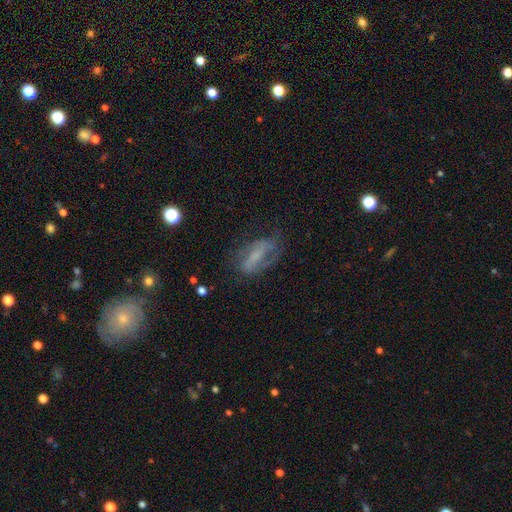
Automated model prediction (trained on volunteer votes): Overall: featured or disk (53%; smooth 35%). Edge-on disk: no (89%). Merging: none (51%; minor disturbance 24%).